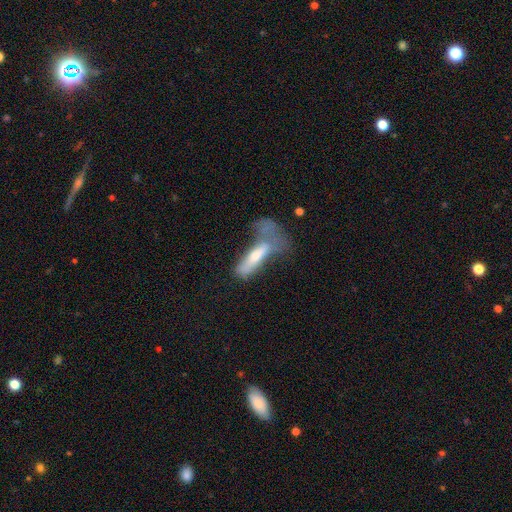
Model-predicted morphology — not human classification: A smooth galaxy with no disk features (54%) that is cigar-shaped (65%). Merging: major disturbance (49%).